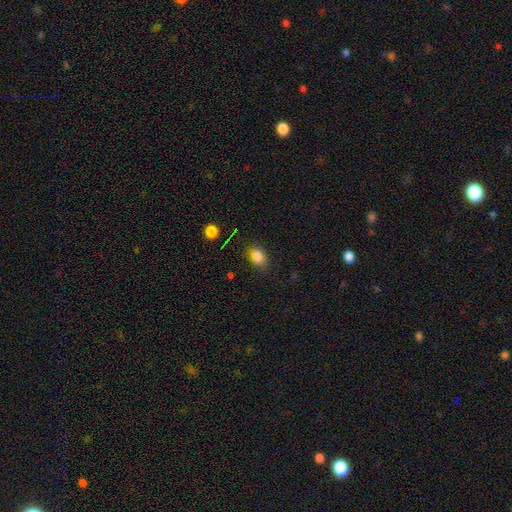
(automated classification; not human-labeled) smooth_or_featured: smooth (p=0.83) [alt: star or artifact p=0.12]
how_rounded: in between (p=0.73) [alt: round p=0.25]
merging: none (p=0.77) [alt: minor disturbance p=0.16]